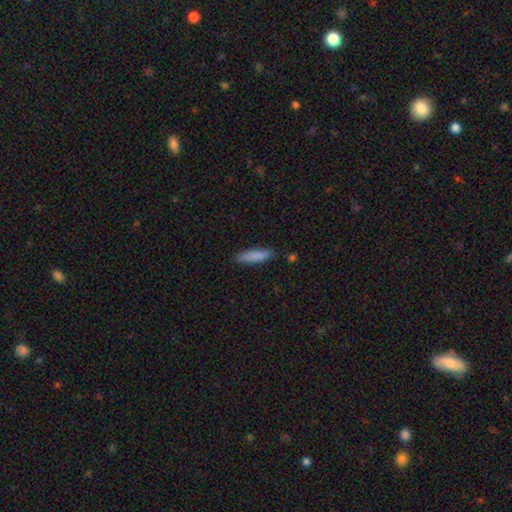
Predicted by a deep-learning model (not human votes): A smooth galaxy with no disk features (85%) that is cigar-shaped (74%).

Vote fractions:
- Smooth or featured? smooth: 85% / featured or disk: 9% / star or artifact: 6%
- How rounded? cigar-shaped: 74% / in between: 25% / round: 1%
- Merging? none: 82% / minor disturbance: 13% / major disturbance: 2% / merger: 2%